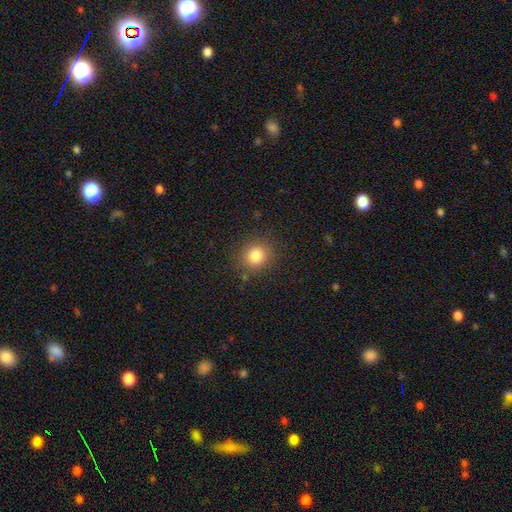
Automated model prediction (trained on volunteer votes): Smooth or featured? smooth (82%)
How rounded? round (87%)
Merging? none (85%)